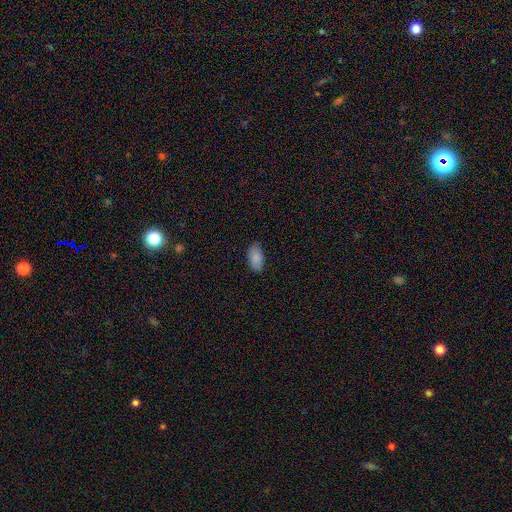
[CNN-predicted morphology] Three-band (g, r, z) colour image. It shows a smooth galaxy with no disk features (89%) that is in between round and cigar-shaped (93%). Merging: none (84%).